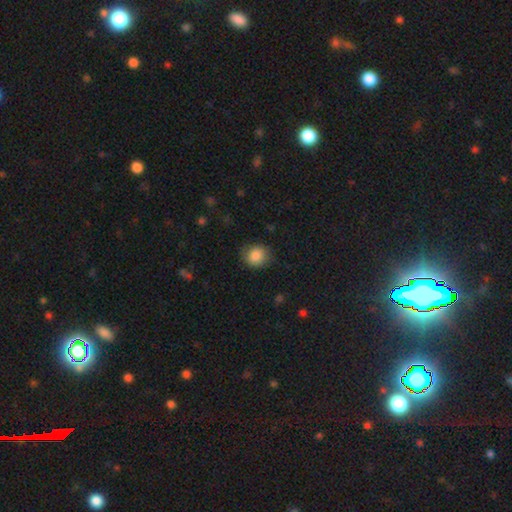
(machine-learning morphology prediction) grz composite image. It shows a smooth galaxy with no disk features (87%) that is round (80%). Merging: none (78%).